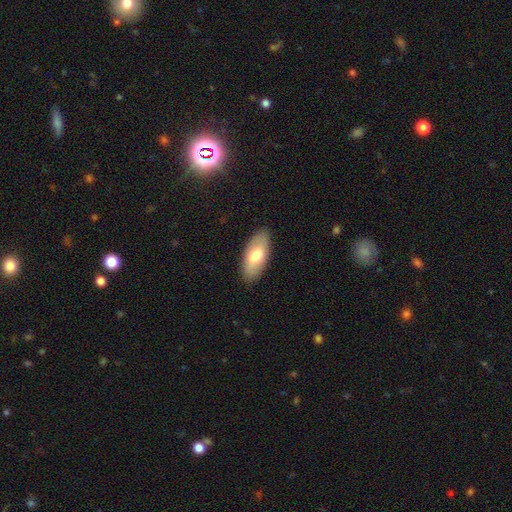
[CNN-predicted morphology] A smooth galaxy with no disk features (70%) that is in between round and cigar-shaped (88%).

Vote fractions:
- Smooth or featured? smooth: 70% / featured or disk: 24% / star or artifact: 5%
- How rounded? in between: 88% / cigar-shaped: 9% / round: 3%
- Merging? none: 88% / minor disturbance: 9% / major disturbance: 2% / merger: 1%